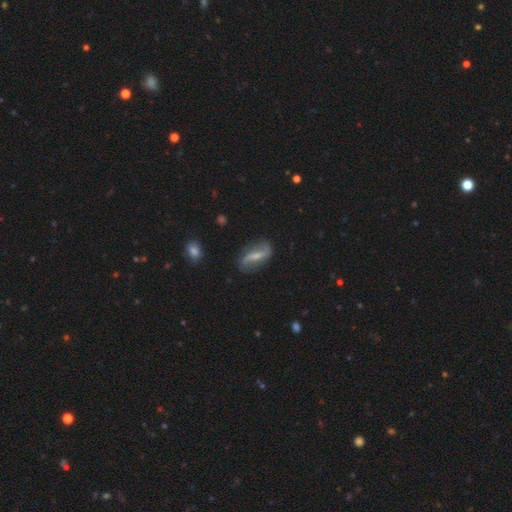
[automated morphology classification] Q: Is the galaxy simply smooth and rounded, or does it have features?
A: featured or disk — 74%.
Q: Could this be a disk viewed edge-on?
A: no — 92%.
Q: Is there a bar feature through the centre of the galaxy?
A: strong — 42%.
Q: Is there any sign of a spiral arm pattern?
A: yes — 89%.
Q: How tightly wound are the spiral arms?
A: loose — 80%.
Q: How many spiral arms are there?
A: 2 — 90%.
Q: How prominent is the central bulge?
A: small — 44%.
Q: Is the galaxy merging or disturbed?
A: none — 75%.